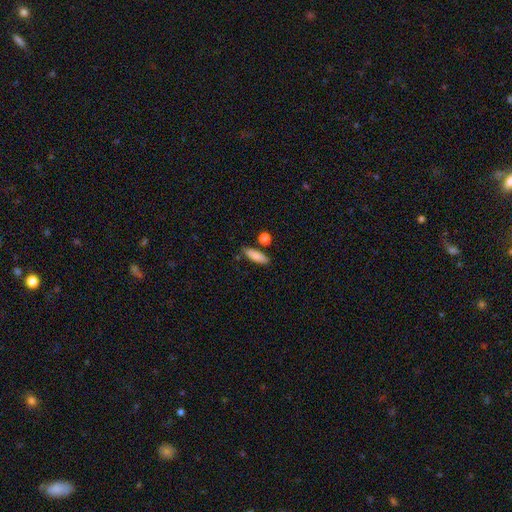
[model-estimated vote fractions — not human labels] Smooth or featured: smooth — 85% (featured or disk — 8%)
How rounded: cigar-shaped — 55% (in between — 42%)
Merging: none — 79% (minor disturbance — 12%)